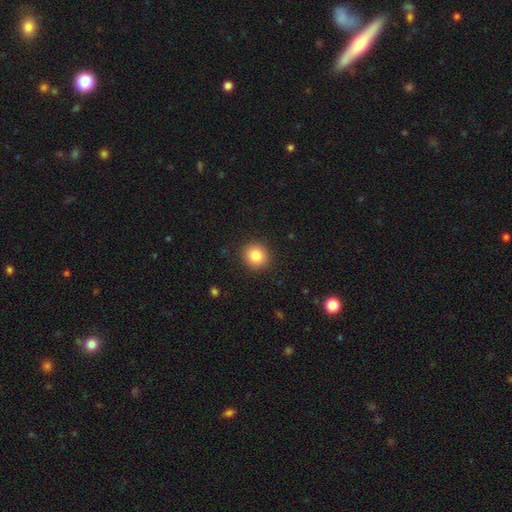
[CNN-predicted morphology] Smooth or featured?
  - smooth: 84% *
  - star or artifact: 10%
  - featured or disk: 7%
How rounded?
  - round: 90% *
  - in between: 9%
  - cigar-shaped: 1%
Merging?
  - none: 91% *
  - minor disturbance: 6%
  - major disturbance: 2%
  - merger: 1%